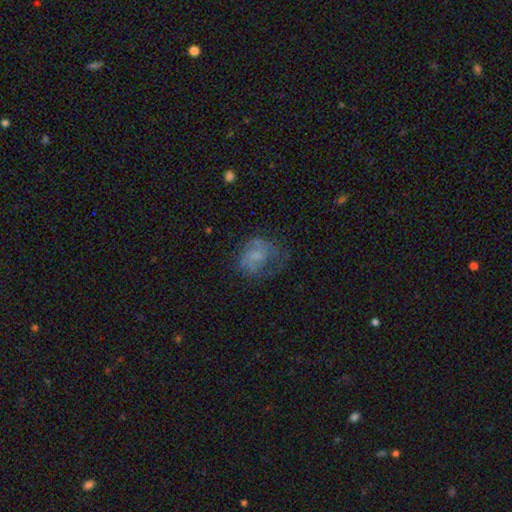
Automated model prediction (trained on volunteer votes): The model was most divided on "how rounded": round: 52%, in between: 47%, cigar-shaped: 1%. Remaining: smooth or featured — smooth (53%); merging — none (40%).